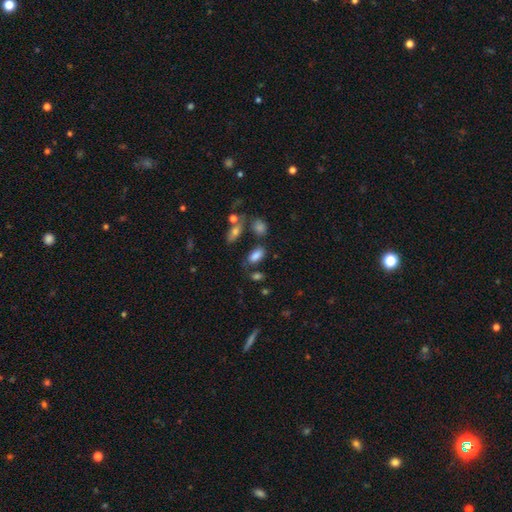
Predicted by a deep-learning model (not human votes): Smooth or featured: smooth — 83% (star or artifact — 9%)
How rounded: in between — 91% (cigar-shaped — 6%)
Merging: none — 69% (minor disturbance — 16%)